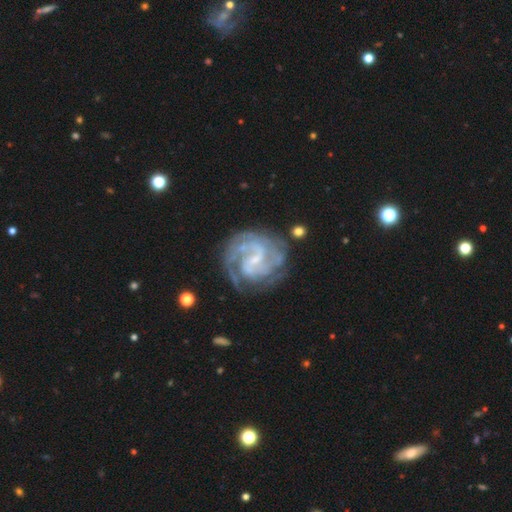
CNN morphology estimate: This is clearly a featured or disk galaxy (89%). It is clearly not viewed edge-on (98%). Bar: possibly weak (50%). Spiral arm pattern: clearly yes (98%). Spiral arm count: marginally 2 (40%). Spiral winding: possibly tight (59%). Central bulge: likely small (70%). Merging: likely none (74%).